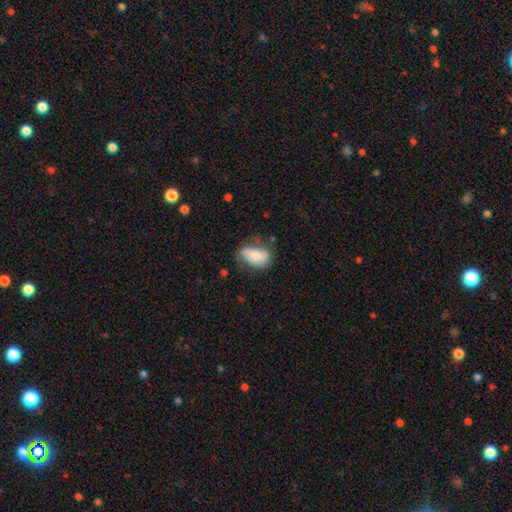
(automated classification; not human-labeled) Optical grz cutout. It shows a smooth galaxy with no disk features (65%) that is in between round and cigar-shaped (89%). Merging: none (55%).